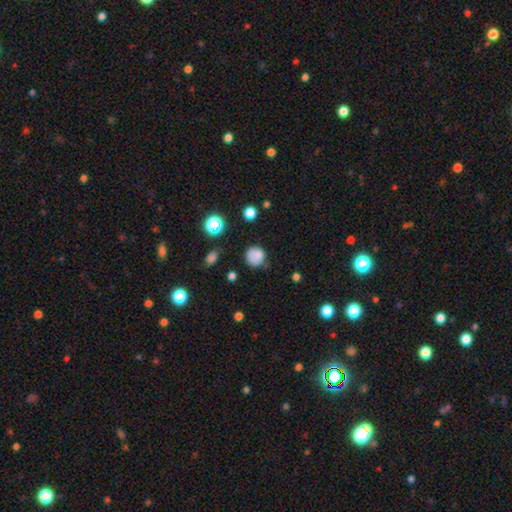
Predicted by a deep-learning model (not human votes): This is likely a smooth galaxy (77%). How rounded: clearly round (89%). Merging: likely none (69%).